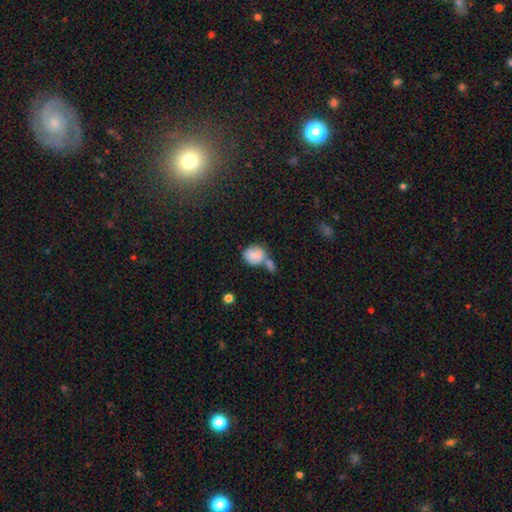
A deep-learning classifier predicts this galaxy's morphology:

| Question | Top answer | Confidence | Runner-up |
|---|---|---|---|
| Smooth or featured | smooth | 78% | featured or disk (13%) |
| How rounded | round | 66% | in between (33%) |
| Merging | merger | 47% | none (29%) |